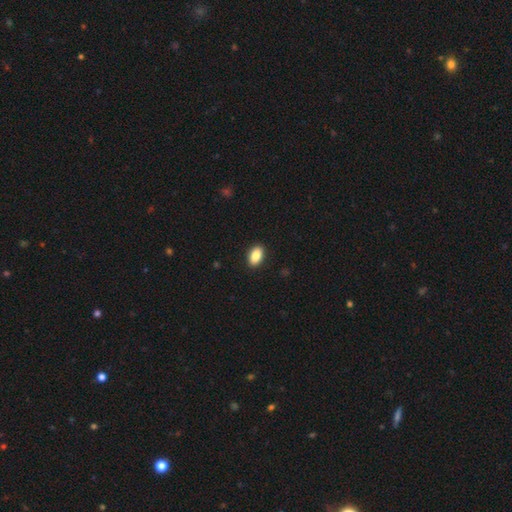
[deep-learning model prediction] Q: Smooth or featured?
A: smooth (88%); runner-up: star or artifact (7%)
Q: How rounded?
A: in between (91%); runner-up: round (7%)
Q: Merging?
A: none (91%); runner-up: minor disturbance (7%)